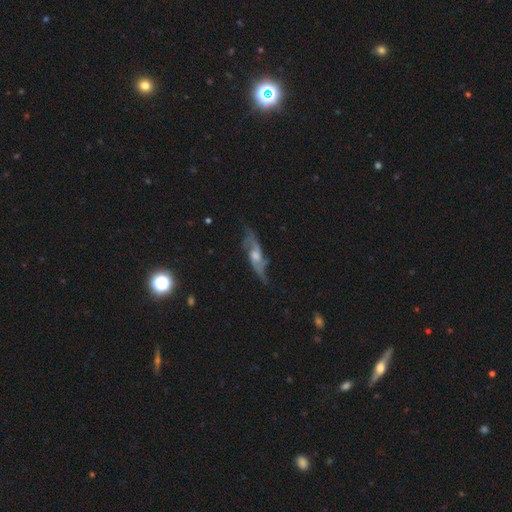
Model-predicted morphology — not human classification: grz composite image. It shows a featured or disk galaxy (77%) with no bar (61%), spiral arms (91%) and a moderate central bulge (58%). Merging: none (67%).